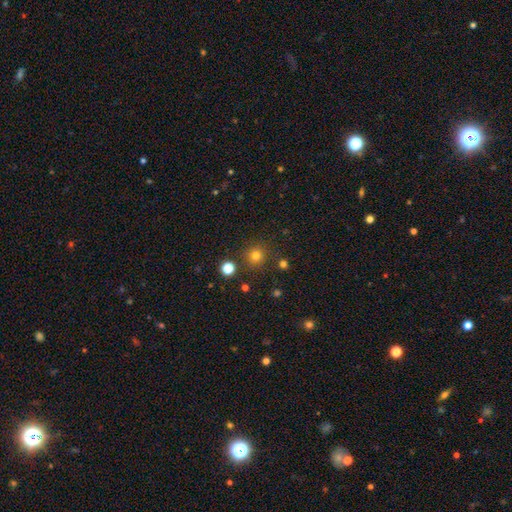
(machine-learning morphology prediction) type=smooth (78%); roundness=round (93%); merging=none (87%).